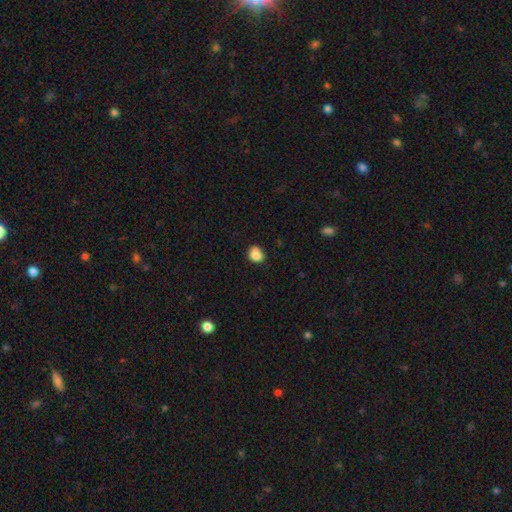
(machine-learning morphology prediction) smooth 82%, star or artifact 10%, featured or disk 9%. Down the decision tree: how rounded — round (60%); merging — none (55%).